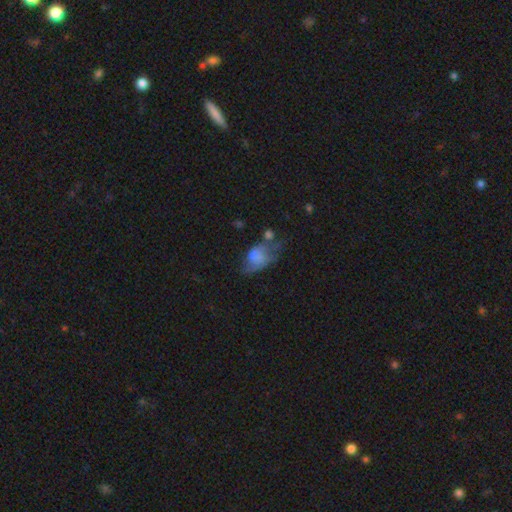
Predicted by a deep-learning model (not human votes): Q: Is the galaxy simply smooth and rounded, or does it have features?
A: smooth — 49%.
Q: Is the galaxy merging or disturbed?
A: major disturbance — 35%.